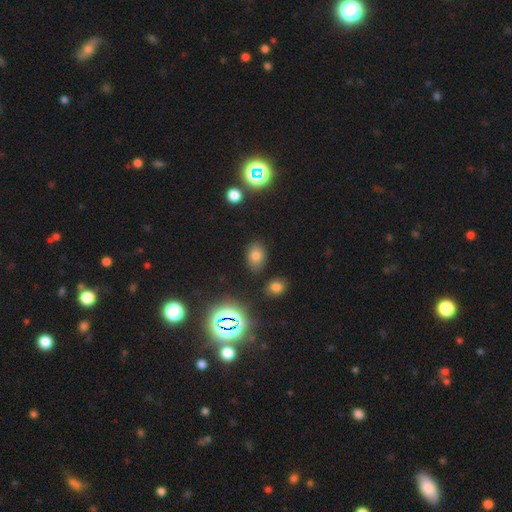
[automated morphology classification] smooth 72%, star or artifact 20%, featured or disk 9%. Down the decision tree: how rounded — in between (73%); merging — none (83%).